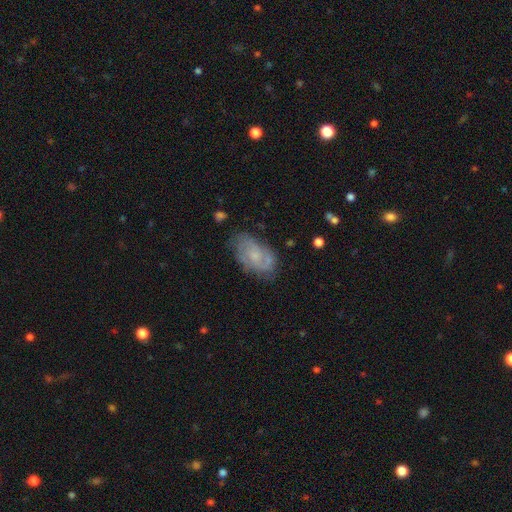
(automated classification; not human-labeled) This is possibly a featured or disk galaxy (54%). It is clearly not viewed edge-on (95%). Bar: likely no (76%). Spiral arm pattern: likely yes (70%). Central bulge: possibly small (48%). Merging: likely none (65%).